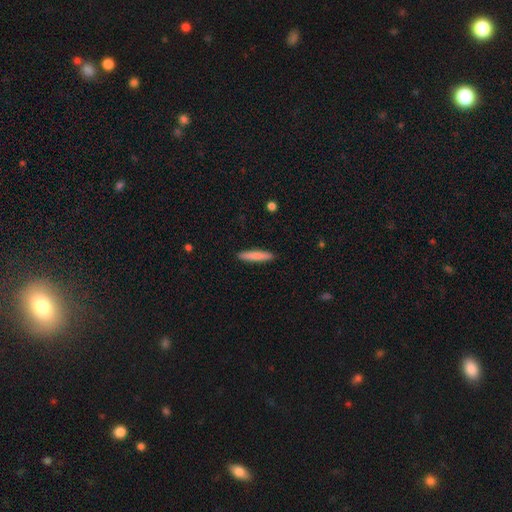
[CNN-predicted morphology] The model was most divided on "smooth or featured": smooth: 81%, featured or disk: 13%, star or artifact: 5%. More confident: merging — none (91%); how rounded — cigar-shaped (90%).